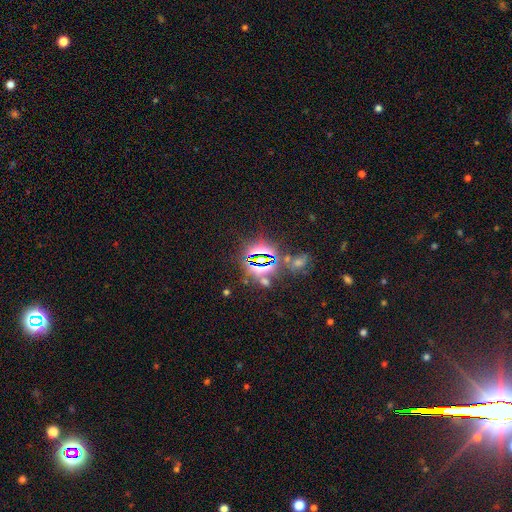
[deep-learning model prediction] This appears to be a star or artifact, not a galaxy (77%).